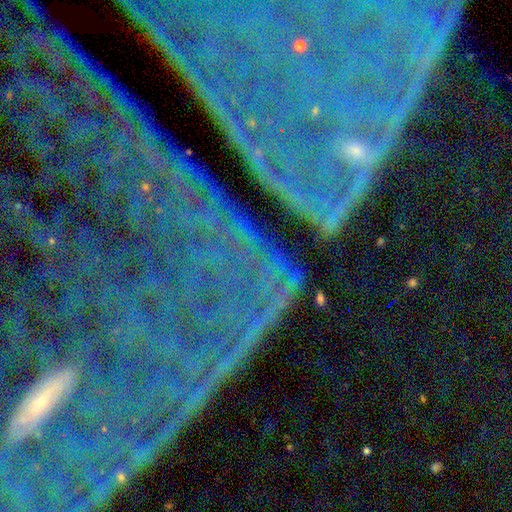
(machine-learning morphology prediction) Q: Smooth or featured?
A: star or artifact (77%); runner-up: featured or disk (14%)